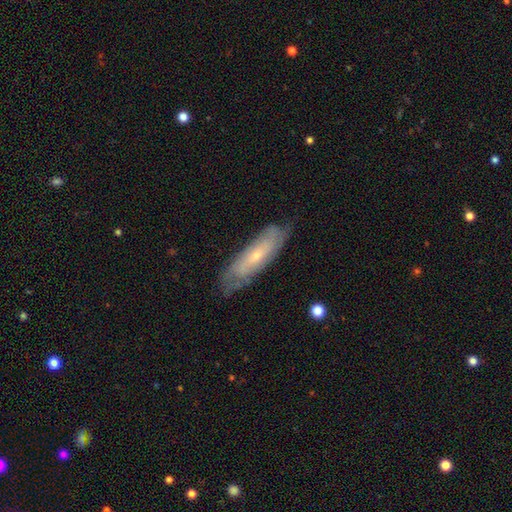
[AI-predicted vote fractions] smooth-or-featured: featured or disk: 58% | smooth: 36% | star or artifact: 7%
  disk-edge-on: no: 69% | yes: 31%
  merging: none: 73% | minor disturbance: 20% | major disturbance: 6% | merger: 1%